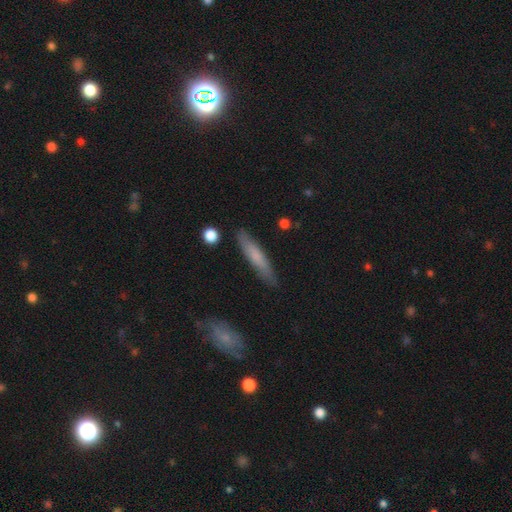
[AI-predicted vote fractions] Morphology: type=smooth (68%); roundness=cigar-shaped (88%); merging=none (86%).